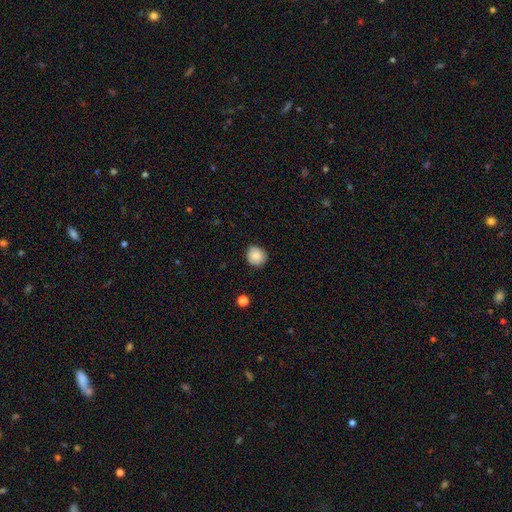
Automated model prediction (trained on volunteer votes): Smooth or featured? smooth (84%)
How rounded? round (87%)
Merging? none (87%)